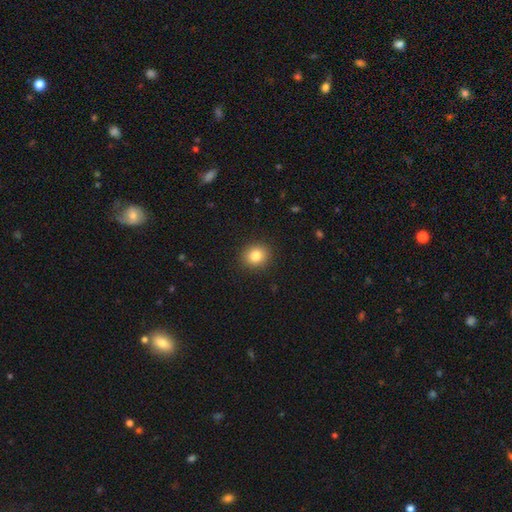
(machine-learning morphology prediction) Smooth or featured? smooth (83%)
How rounded? round (76%)
Merging? none (91%)